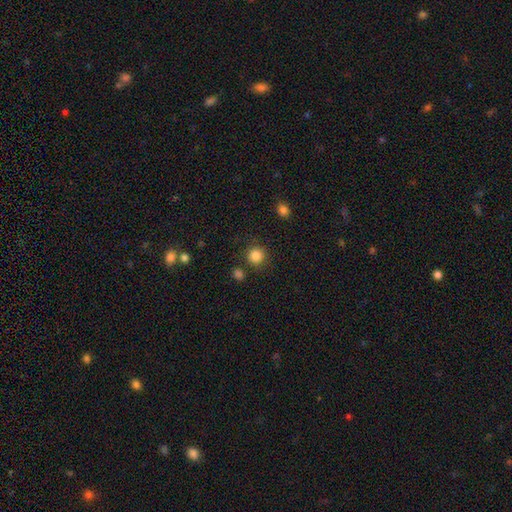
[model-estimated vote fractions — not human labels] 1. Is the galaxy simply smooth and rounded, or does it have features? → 86% smooth, 11% star or artifact, 3% featured or disk.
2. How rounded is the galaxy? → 93% round, 6% in between, 1% cigar-shaped.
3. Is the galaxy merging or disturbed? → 84% none, 8% minor disturbance, 4% merger, 3% major disturbance.